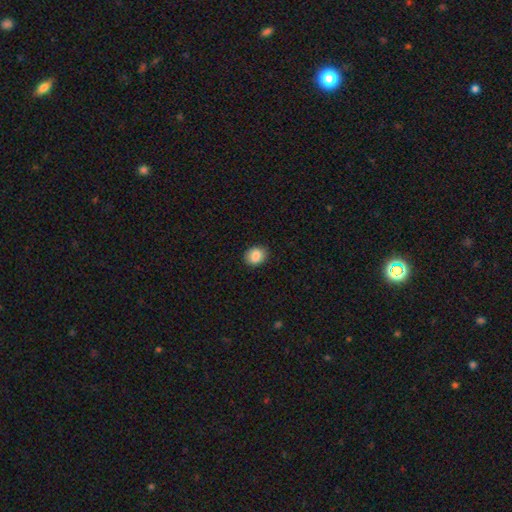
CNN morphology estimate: smooth 86%, star or artifact 8%, featured or disk 6%. Down the decision tree: how rounded — round (51%); merging — none (87%).